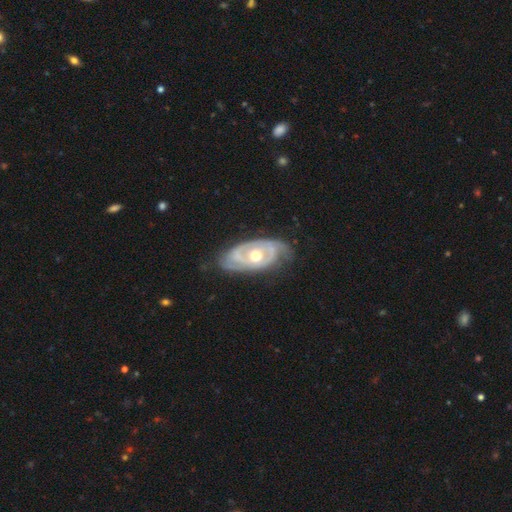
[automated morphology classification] featured or disk 84%, smooth 12%, star or artifact 4%. Down the decision tree: edge-on disk — no (93%); bar — no (80%); spiral arms — yes (81%); spiral arm count — 2 (52%); spiral winding — tight (64%); bulge size — moderate (79%); merging — none (69%).